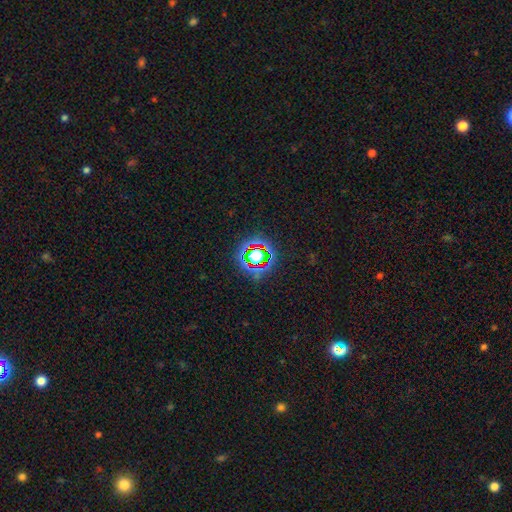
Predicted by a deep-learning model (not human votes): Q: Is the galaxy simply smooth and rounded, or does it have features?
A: star or artifact — 65%.